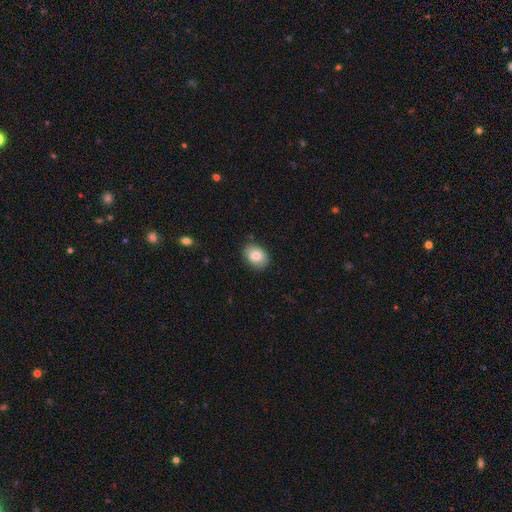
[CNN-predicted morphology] Q: Smooth or featured?
A: smooth (81%); runner-up: featured or disk (12%)
Q: How rounded?
A: in between (76%); runner-up: round (23%)
Q: Merging?
A: none (84%); runner-up: minor disturbance (12%)